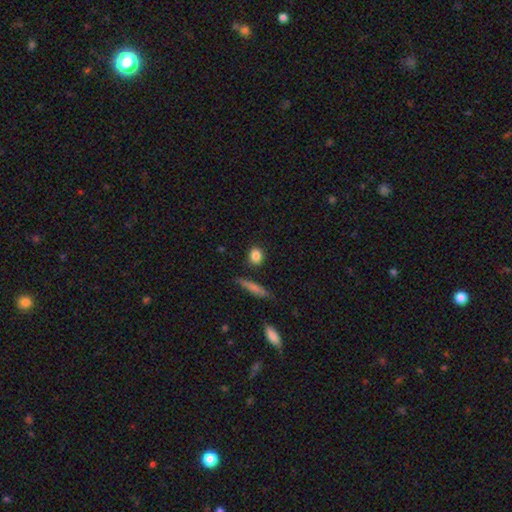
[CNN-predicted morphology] Smooth or featured? smooth (85%)
How rounded? round (57%)
Merging? none (85%)